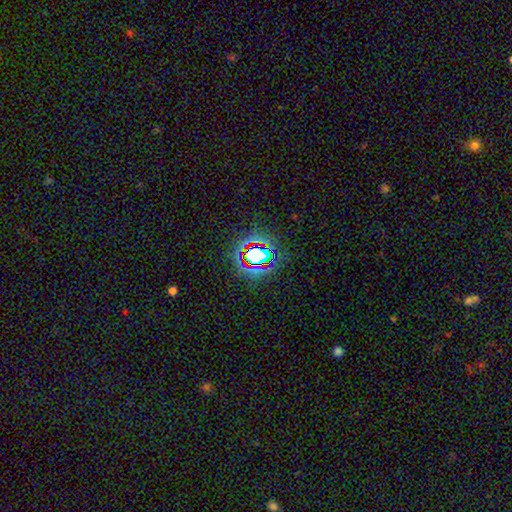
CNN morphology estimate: smooth_or_featured: star or artifact (p=0.63) [alt: smooth p=0.25]